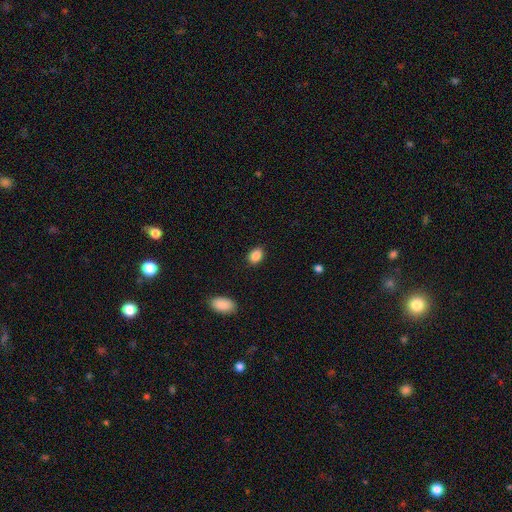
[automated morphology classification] smooth 87%, star or artifact 9%, featured or disk 4%. Down the decision tree: how rounded — in between (70%); merging — none (88%).